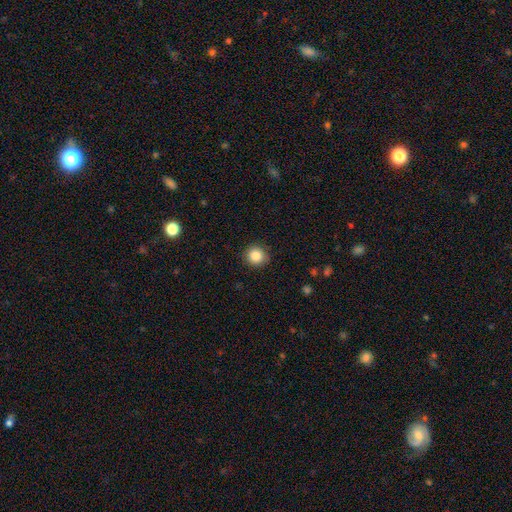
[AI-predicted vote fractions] This is clearly a smooth galaxy (86%). How rounded: clearly round (90%). Merging: clearly none (88%).